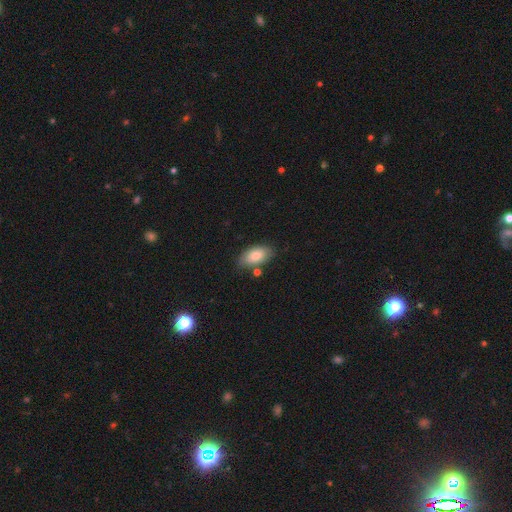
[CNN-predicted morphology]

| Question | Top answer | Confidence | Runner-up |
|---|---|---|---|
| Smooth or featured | smooth | 80% | featured or disk (13%) |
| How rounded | in between | 93% | cigar-shaped (4%) |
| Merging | none | 75% | minor disturbance (16%) |